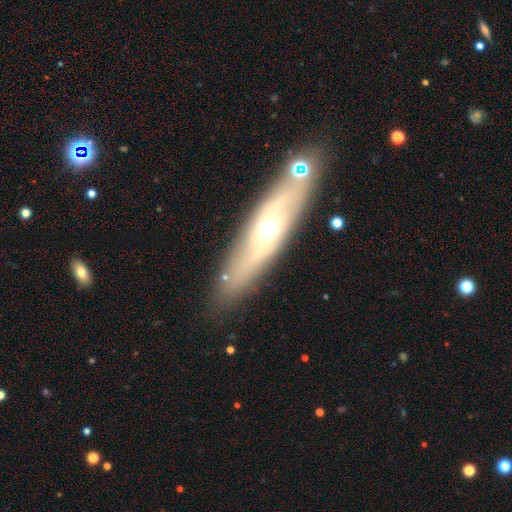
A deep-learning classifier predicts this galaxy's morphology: A featured or disk galaxy (70%) viewed edge-on (50%, tied with no).

Vote fractions:
- Smooth or featured? featured or disk: 70% / smooth: 22% / star or artifact: 7%
- Edge-on disk? yes: 50% (tied) / no: 50% (tied)
- Merging? none: 78% / minor disturbance: 12% / merger: 7% / major disturbance: 3%